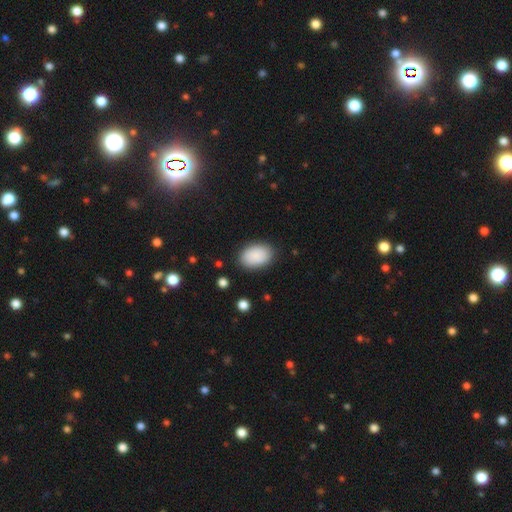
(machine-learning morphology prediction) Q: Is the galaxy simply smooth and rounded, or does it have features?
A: smooth — 90%.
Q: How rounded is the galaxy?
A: in between — 89%.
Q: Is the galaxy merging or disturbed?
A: none — 86%.